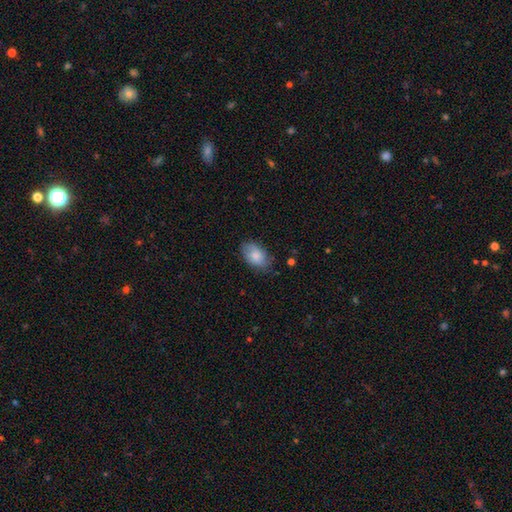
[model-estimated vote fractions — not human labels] Smooth or featured? Predicted: smooth (p=0.83). How rounded? Predicted: in between (p=0.91). Merging? Predicted: none (p=0.73).